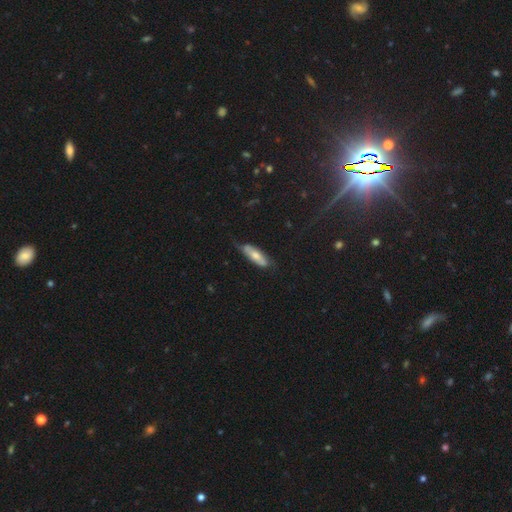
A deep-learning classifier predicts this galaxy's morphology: This is possibly a smooth galaxy (55%). How rounded: possibly in between (57%). Merging: likely none (64%).